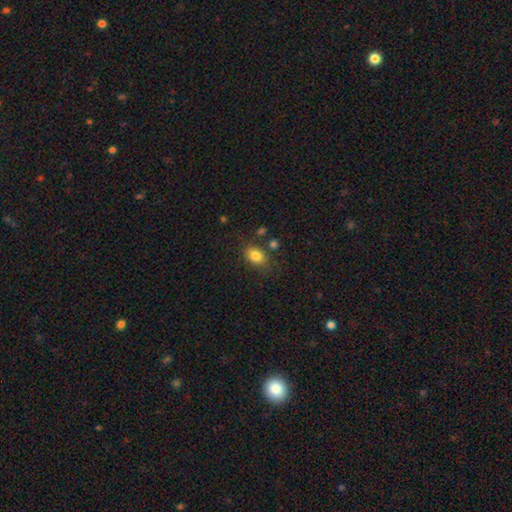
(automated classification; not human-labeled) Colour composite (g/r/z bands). It shows a smooth galaxy with no disk features (83%) that is in between round and cigar-shaped (75%). Merging: none (72%).